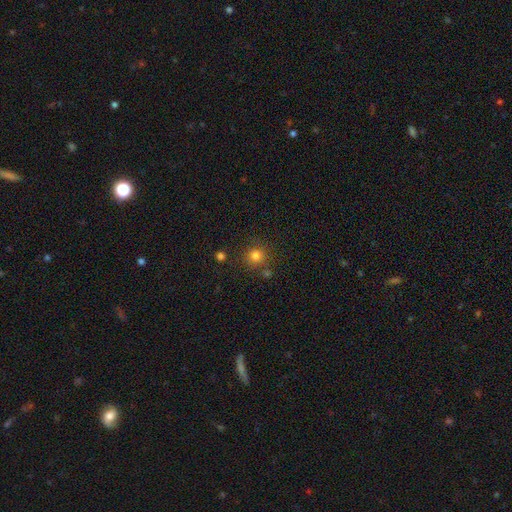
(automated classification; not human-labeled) Q: Smooth or featured?
A: smooth (80%); runner-up: star or artifact (15%)
Q: How rounded?
A: round (92%); runner-up: in between (7%)
Q: Merging?
A: none (81%); runner-up: minor disturbance (9%)